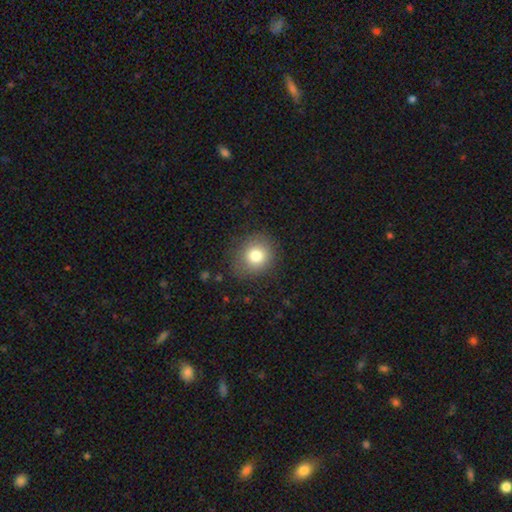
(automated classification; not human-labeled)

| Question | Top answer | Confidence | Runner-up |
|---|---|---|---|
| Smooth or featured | smooth | 80% | star or artifact (11%) |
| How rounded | round | 82% | in between (17%) |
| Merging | none | 83% | minor disturbance (12%) |